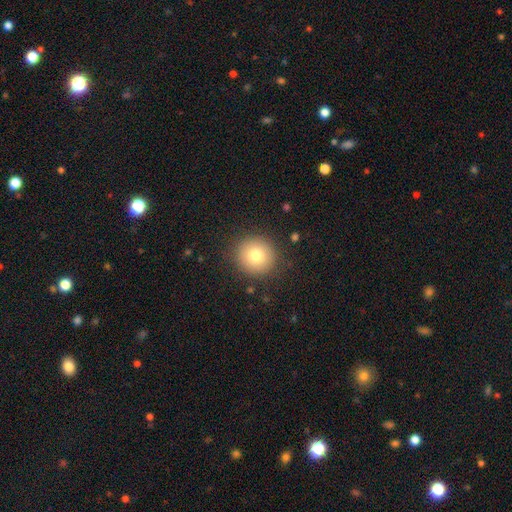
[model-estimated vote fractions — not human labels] smooth-or-featured: smooth: 78% | featured or disk: 11% | star or artifact: 11%
  how-rounded: round: 93% | in between: 6% | cigar-shaped: 1%
  merging: none: 90% | minor disturbance: 7% | major disturbance: 3% | merger: 1%